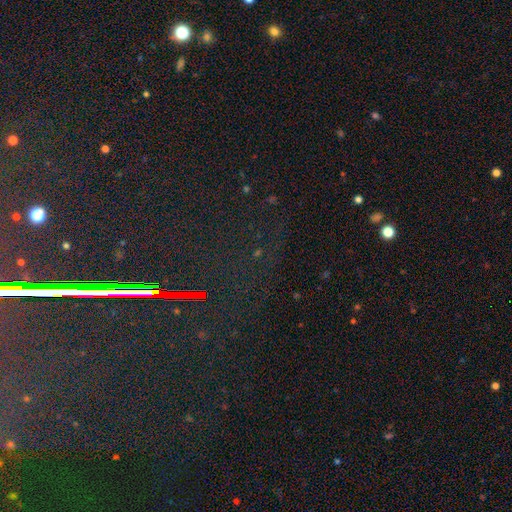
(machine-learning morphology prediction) The model was most divided on "smooth or featured": star or artifact: 80%, smooth: 10%, featured or disk: 10%.